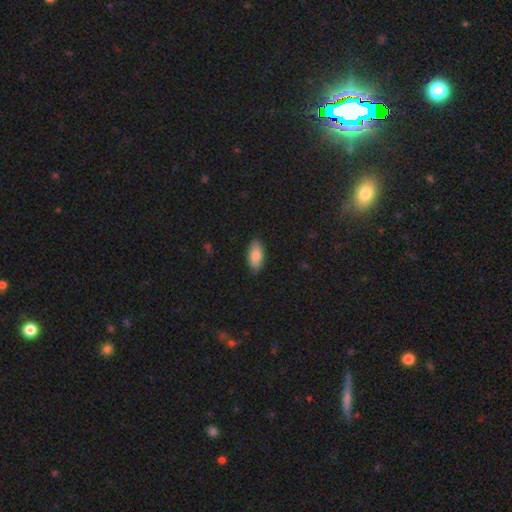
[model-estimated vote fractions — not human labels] Q: Smooth or featured?
A: smooth (84%); runner-up: featured or disk (10%)
Q: How rounded?
A: in between (90%); runner-up: cigar-shaped (7%)
Q: Merging?
A: none (85%); runner-up: minor disturbance (12%)